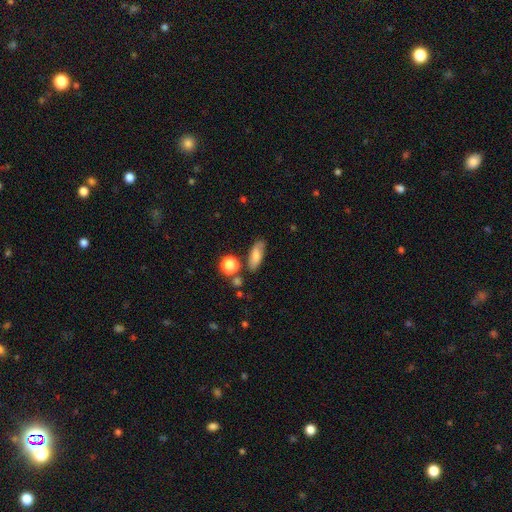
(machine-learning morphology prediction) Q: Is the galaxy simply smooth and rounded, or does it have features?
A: smooth — 76%.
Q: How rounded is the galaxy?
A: in between — 67%.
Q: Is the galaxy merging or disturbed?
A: none — 75%.